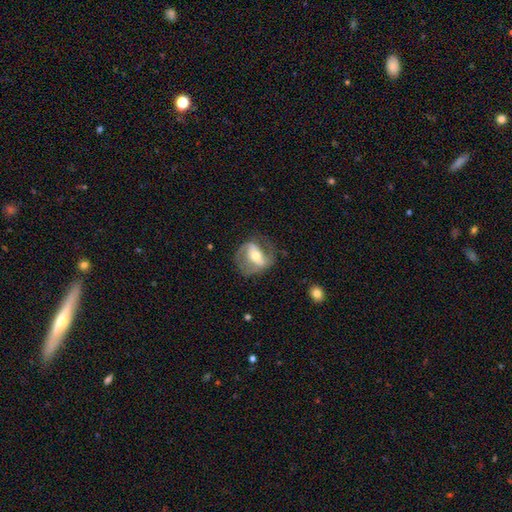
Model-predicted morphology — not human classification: smooth-or-featured: featured or disk: 76% | smooth: 18% | star or artifact: 6%
  disk-edge-on: no: 95% | yes: 5%
    bar: strong: 43% | weak: 34% | no: 23%
    has-spiral-arms: yes: 86% | no: 14%
      spiral-winding: medium: 48% | loose: 30% | tight: 23%
      spiral-arm-count: 2: 82% | can't tell: 8% | 1: 6% | 3: 2% | 4: 1% | more than 4: 1%
    bulge-size: moderate: 63% | small: 28% | large: 7% | none: 1% | dominant: 1%
  merging: none: 65% | minor disturbance: 19% | major disturbance: 15% | merger: 2%